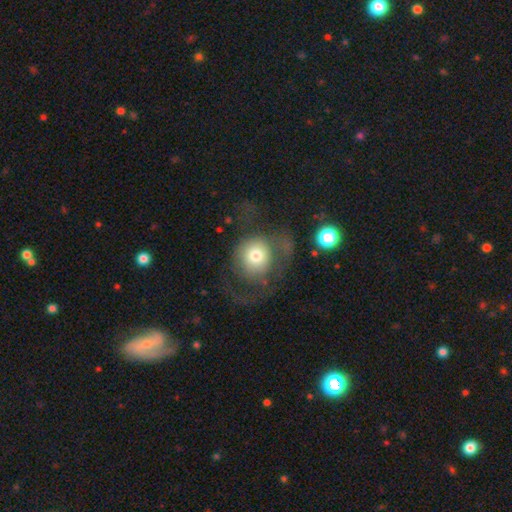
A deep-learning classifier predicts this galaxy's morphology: type=smooth (62%); roundness=round (83%); merging=major disturbance (41%).